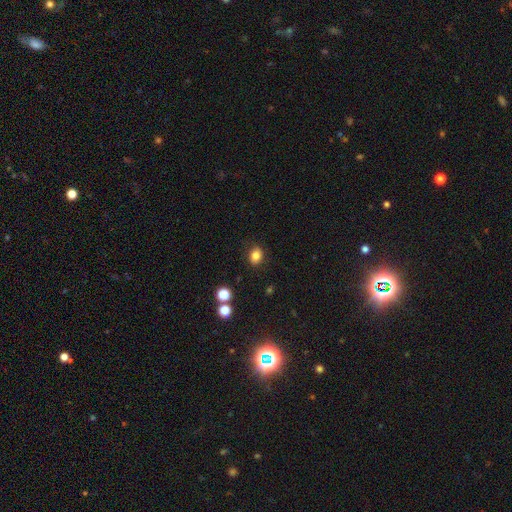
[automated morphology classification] smooth_or_featured: smooth (p=0.82) [alt: star or artifact p=0.12]
how_rounded: in between (p=0.51) [alt: round p=0.48]
merging: none (p=0.86) [alt: minor disturbance p=0.10]